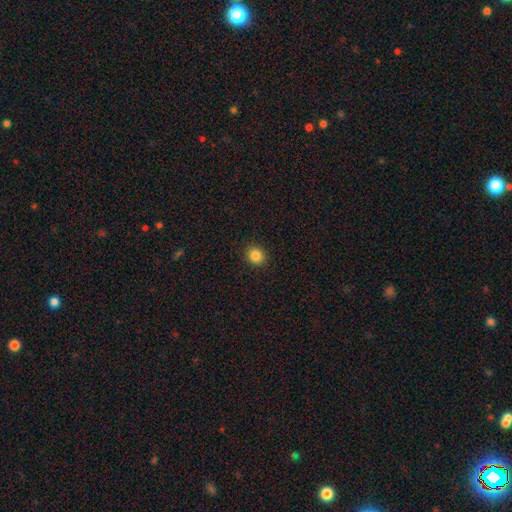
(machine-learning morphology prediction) smooth-or-featured: smooth: 85% | star or artifact: 11% | featured or disk: 4%
  how-rounded: round: 87% | in between: 12% | cigar-shaped: 1%
  merging: none: 92% | minor disturbance: 5% | major disturbance: 2% | merger: 1%